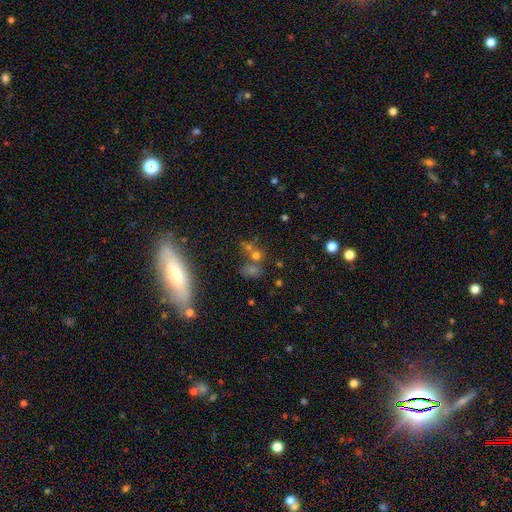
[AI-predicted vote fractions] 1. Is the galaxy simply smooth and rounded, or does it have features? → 54% smooth, 32% star or artifact, 14% featured or disk.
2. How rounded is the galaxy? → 65% round, 32% in between, 3% cigar-shaped.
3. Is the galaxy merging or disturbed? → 49% none, 35% merger, 10% minor disturbance, 6% major disturbance.